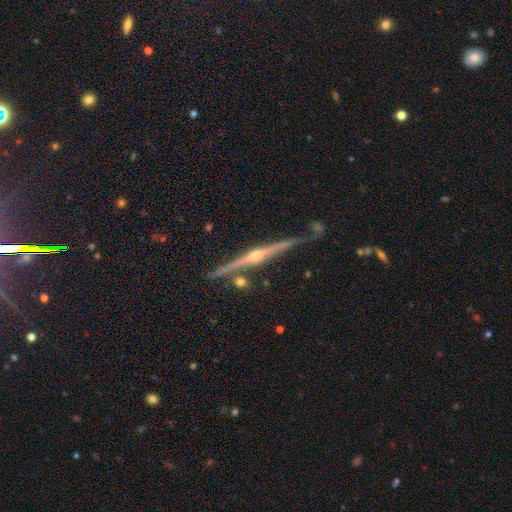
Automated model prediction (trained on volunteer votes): smooth-or-featured: featured or disk: 88% | smooth: 6% | star or artifact: 6%
  disk-edge-on: yes: 98% | no: 2%
    edge-on-bulge: rounded: 90% | none: 6% | boxy: 4%
  merging: none: 83% | minor disturbance: 10% | merger: 5% | major disturbance: 2%